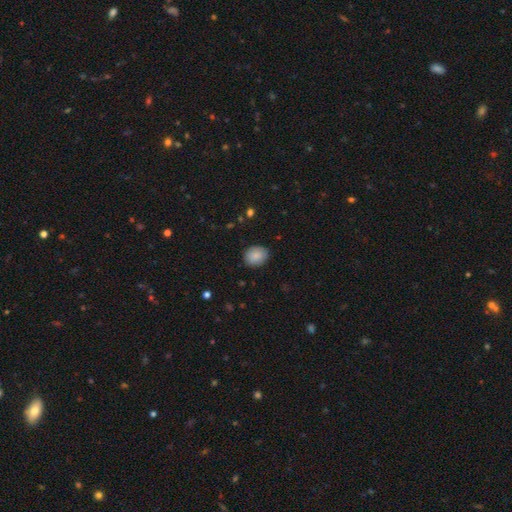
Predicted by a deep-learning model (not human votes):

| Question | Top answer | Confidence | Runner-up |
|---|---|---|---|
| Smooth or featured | smooth | 88% | star or artifact (7%) |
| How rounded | round | 54% | in between (45%) |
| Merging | none | 86% | minor disturbance (11%) |